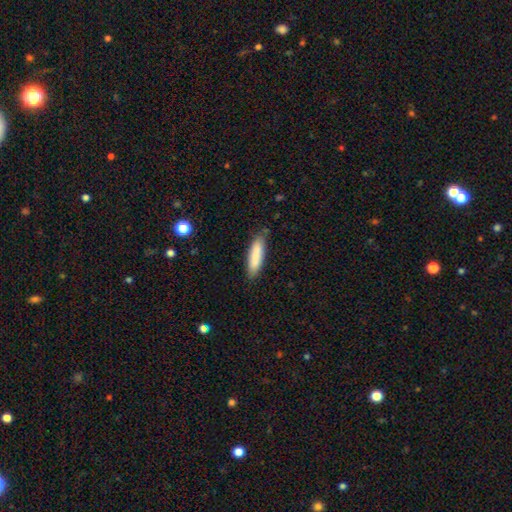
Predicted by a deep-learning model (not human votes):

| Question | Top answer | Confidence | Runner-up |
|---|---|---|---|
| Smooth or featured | smooth | 84% | featured or disk (9%) |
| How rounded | cigar-shaped | 63% | in between (36%) |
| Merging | none | 80% | minor disturbance (15%) |